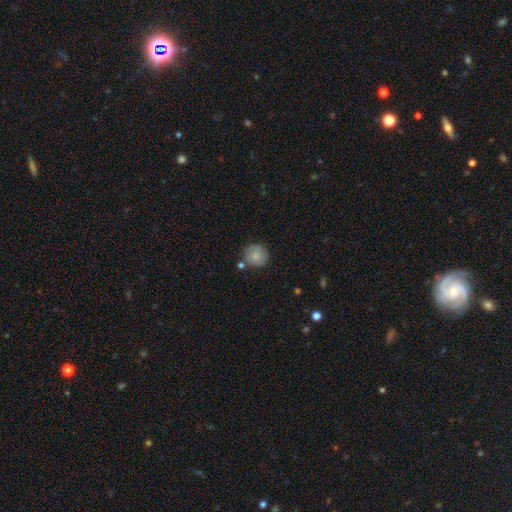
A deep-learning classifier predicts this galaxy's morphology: A smooth galaxy with no disk features (81%) that is round (90%). Merging: none (74%).